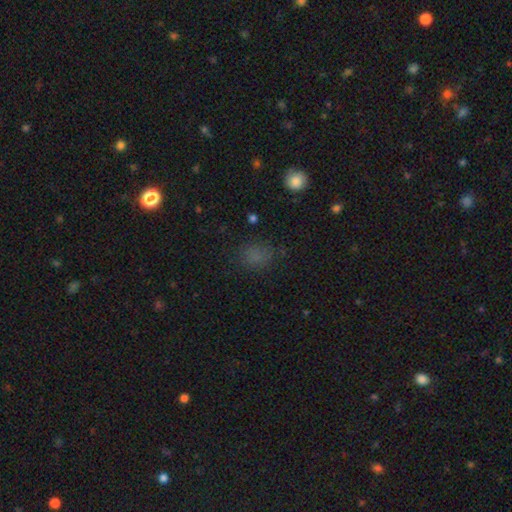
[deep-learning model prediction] Overall: smooth (71%). How rounded: in between (50%; round 48%). Merging: none (72%).